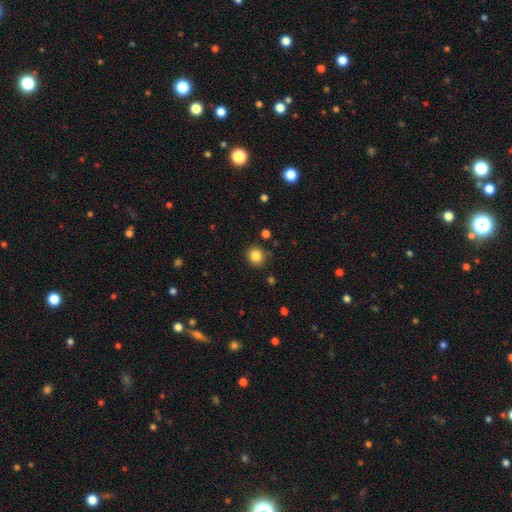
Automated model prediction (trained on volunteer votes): smooth_or_featured: smooth (p=0.83) [alt: star or artifact p=0.11]
how_rounded: round (p=0.86) [alt: in between p=0.13]
merging: none (p=0.85) [alt: minor disturbance p=0.10]